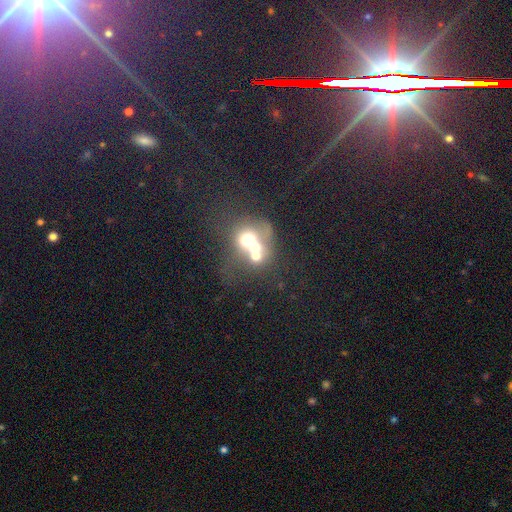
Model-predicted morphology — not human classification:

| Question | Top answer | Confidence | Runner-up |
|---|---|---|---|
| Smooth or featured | star or artifact | 46% | smooth (33%) |